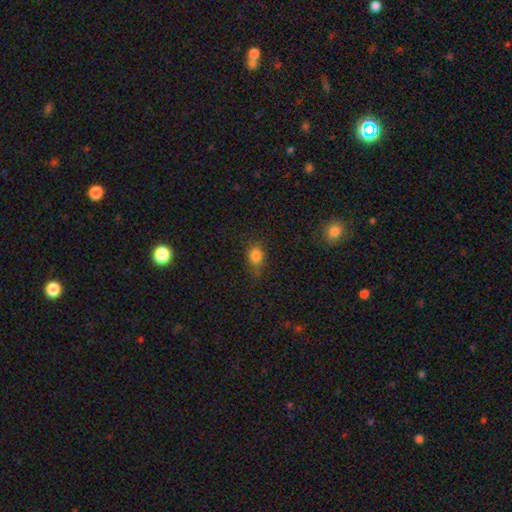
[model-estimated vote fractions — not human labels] smooth-or-featured: smooth: 81% | star or artifact: 13% | featured or disk: 7%
  how-rounded: in between: 55% | round: 42% | cigar-shaped: 3%
  merging: none: 71% | minor disturbance: 21% | major disturbance: 6% | merger: 2%